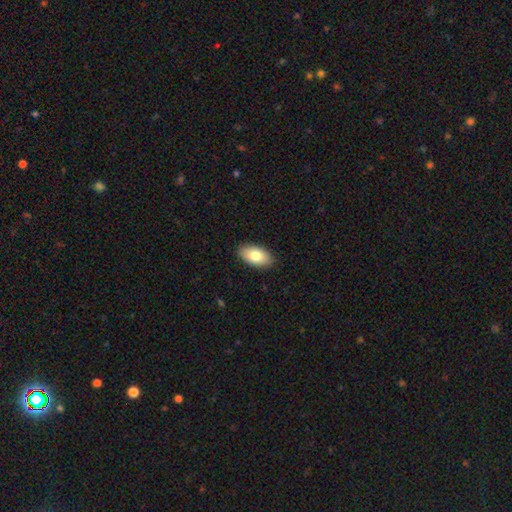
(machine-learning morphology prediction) Smooth or featured?
  - smooth: 79% *
  - featured or disk: 15%
  - star or artifact: 6%
How rounded?
  - in between: 95% *
  - round: 4%
  - cigar-shaped: 2%
Merging?
  - none: 89% *
  - minor disturbance: 9%
  - major disturbance: 2%
  - merger: 1%